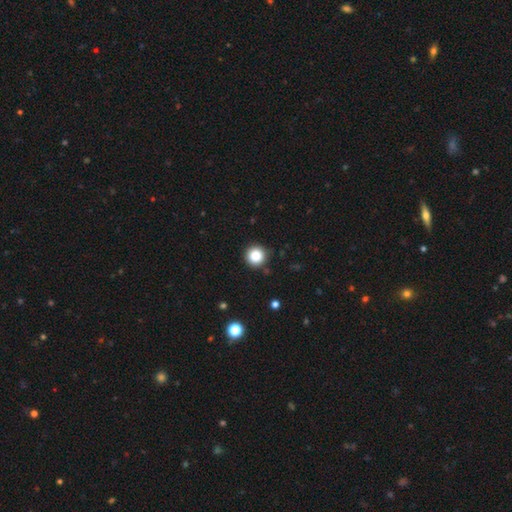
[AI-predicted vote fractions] Smooth or featured? Predicted: smooth (p=0.85). How rounded? Predicted: round (p=0.96). Merging? Predicted: none (p=0.90).